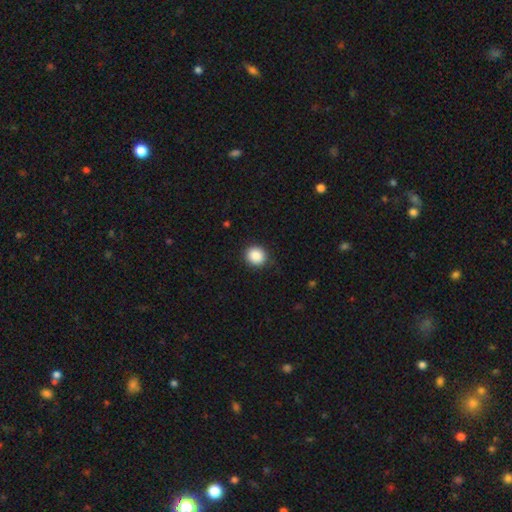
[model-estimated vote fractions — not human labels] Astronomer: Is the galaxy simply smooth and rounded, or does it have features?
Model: smooth — 88%.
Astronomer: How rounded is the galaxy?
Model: round — 88%.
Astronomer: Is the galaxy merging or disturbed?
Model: none — 88%.